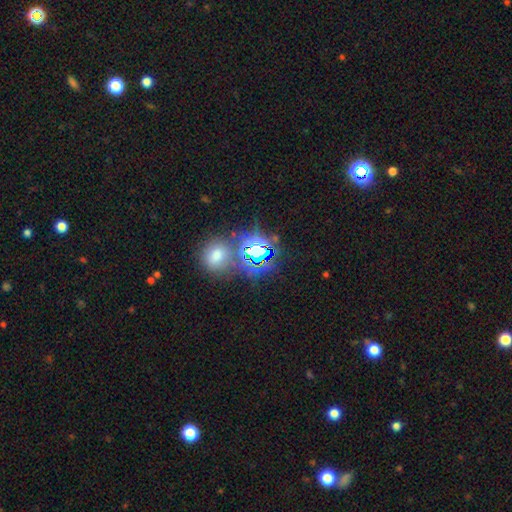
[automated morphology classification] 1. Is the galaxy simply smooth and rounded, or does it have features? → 71% star or artifact, 21% smooth, 9% featured or disk.